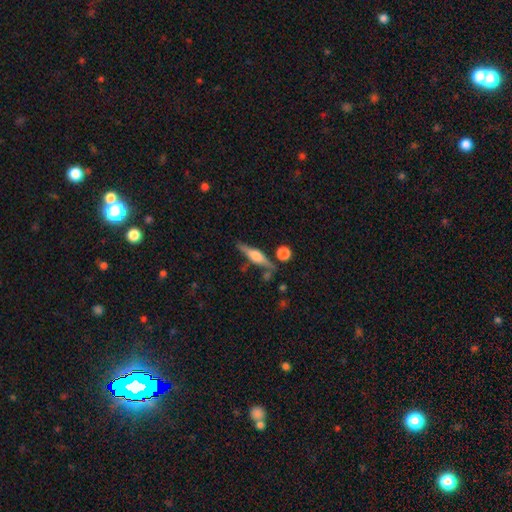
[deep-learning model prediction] The model was most divided on "smooth or featured": featured or disk: 67%, smooth: 26%, star or artifact: 7%. More confident: edge-on disk — yes (96%); edge-on bulge — rounded (85%); merging — none (78%).